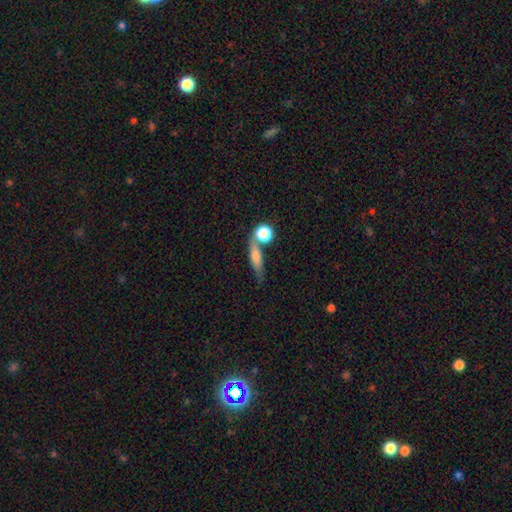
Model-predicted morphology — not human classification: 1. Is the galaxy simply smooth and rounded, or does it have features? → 57% smooth, 31% featured or disk, 11% star or artifact.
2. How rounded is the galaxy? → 53% cigar-shaped, 30% in between, 16% round.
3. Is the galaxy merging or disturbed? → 55% none, 22% merger, 15% minor disturbance, 7% major disturbance.